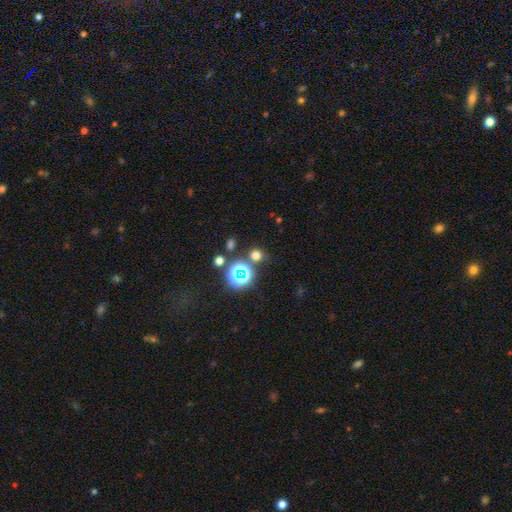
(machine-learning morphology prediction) smooth_or_featured: smooth (p=0.61) [alt: star or artifact p=0.32]
how_rounded: round (p=0.83) [alt: in between p=0.16]
merging: none (p=0.78) [alt: merger p=0.10]